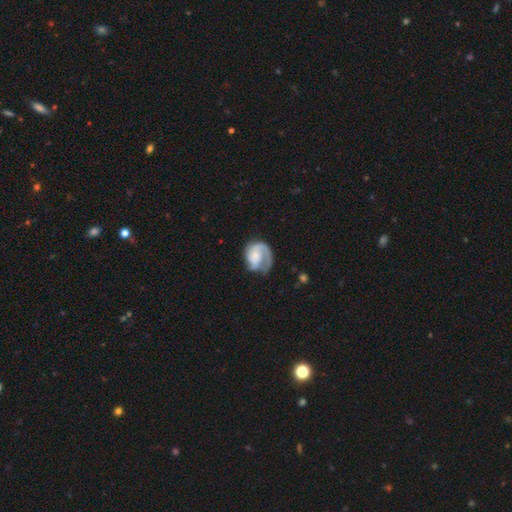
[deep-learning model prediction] Smooth or featured?
  - featured or disk: 76% *
  - smooth: 19%
  - star or artifact: 5%
Edge-on disk?
  - no: 98% *
  - yes: 2%
Bar?
  - no: 68% *
  - weak: 27%
  - strong: 5%
Spiral arms?
  - yes: 93% *
  - no: 7%
Spiral winding?
  - medium: 41% *
  - tight: 38%
  - loose: 21%
Spiral arm count?
  - 1: 47% *
  - 2: 39%
  - can't tell: 7%
  - 3: 4%
  - 4: 1%
  - more than 4: 1%
Bulge size?
  - small: 52% *
  - moderate: 26%
  - none: 16%
  - large: 5%
  - dominant: 2%
Merging?
  - none: 49% *
  - minor disturbance: 24%
  - major disturbance: 24%
  - merger: 3%